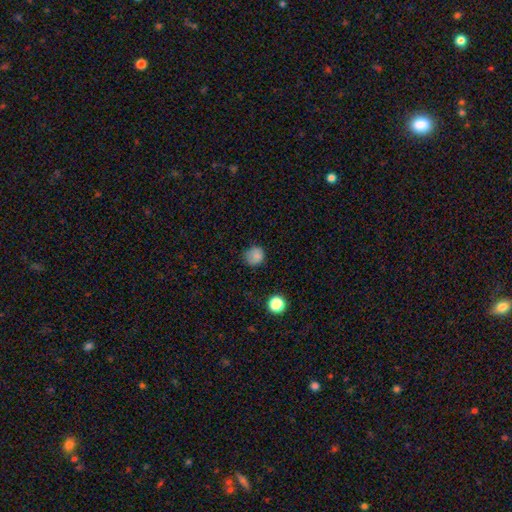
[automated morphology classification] Overall: smooth (81%). How rounded: round (86%). Merging: none (72%).